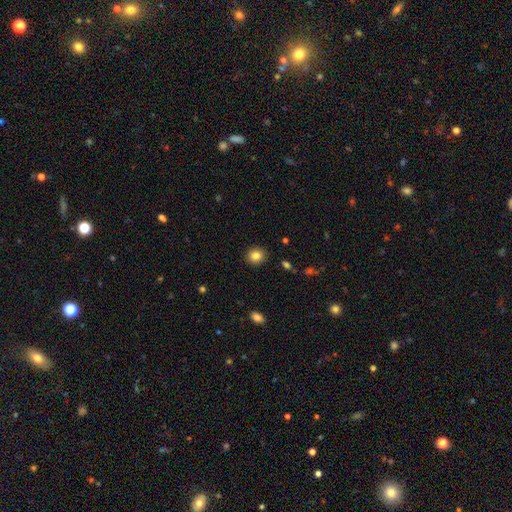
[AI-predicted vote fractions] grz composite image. It shows a smooth galaxy with no disk features (84%) that is round (78%). Merging: none (90%).